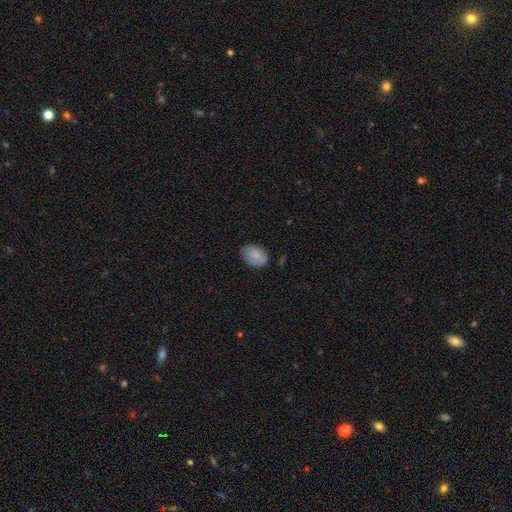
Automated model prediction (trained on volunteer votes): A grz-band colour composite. It shows a smooth galaxy with no disk features (82%) that is in between round and cigar-shaped (80%). Merging: none (71%).